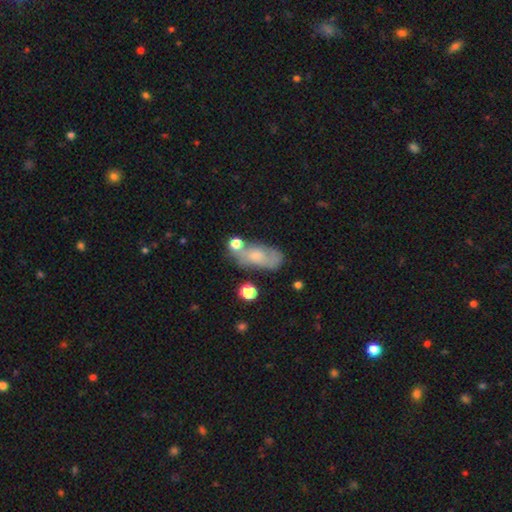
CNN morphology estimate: Smooth or featured? Predicted: smooth (p=0.51). How rounded? Predicted: in between (p=0.81). Merging? Predicted: none (p=0.55).